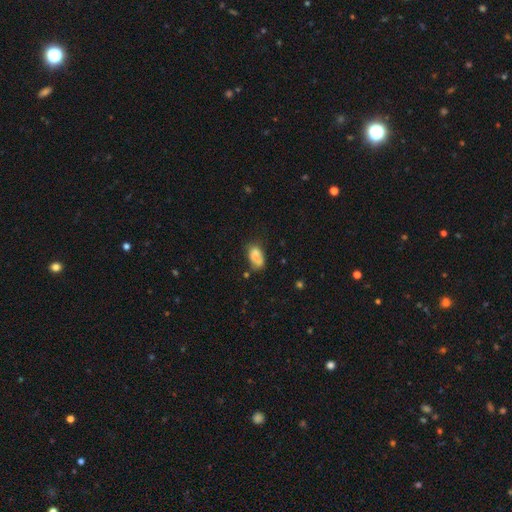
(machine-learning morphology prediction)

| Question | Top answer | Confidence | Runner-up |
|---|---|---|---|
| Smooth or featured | smooth | 67% | featured or disk (23%) |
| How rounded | in between | 88% | round (10%) |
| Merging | none | 39% | minor disturbance (28%) |